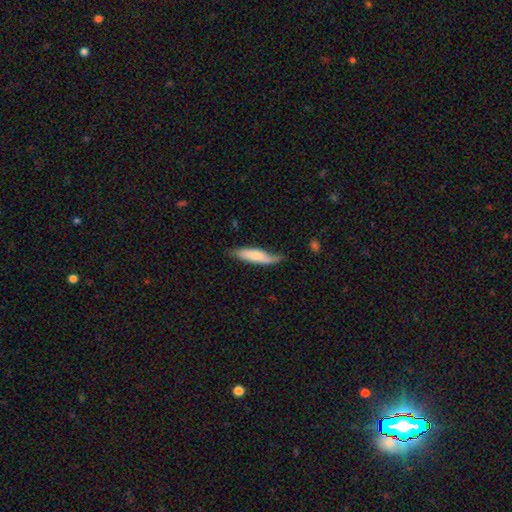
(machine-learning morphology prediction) Smooth or featured? Predicted: smooth (p=0.64). How rounded? Predicted: cigar-shaped (p=0.68). Merging? Predicted: none (p=0.57).